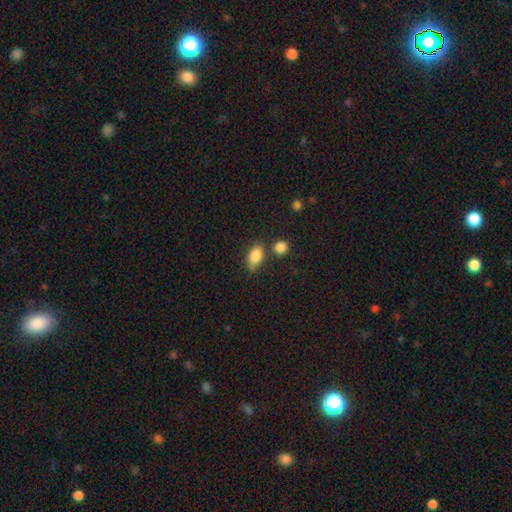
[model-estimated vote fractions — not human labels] Smooth or featured? Predicted: smooth (p=0.83). How rounded? Predicted: in between (p=0.85). Merging? Predicted: none (p=0.61).